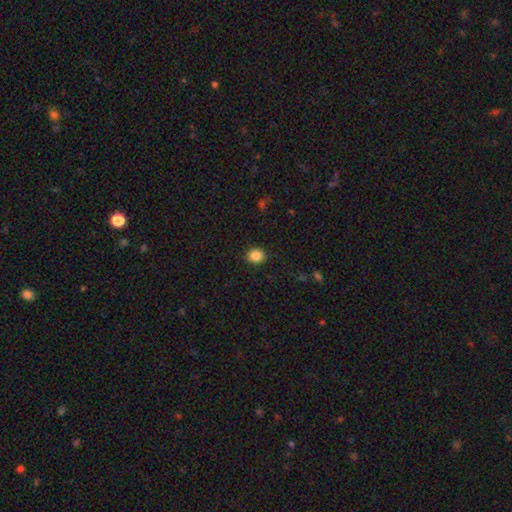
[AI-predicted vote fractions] This is clearly a smooth galaxy (86%). How rounded: likely round (71%). Merging: clearly none (90%).